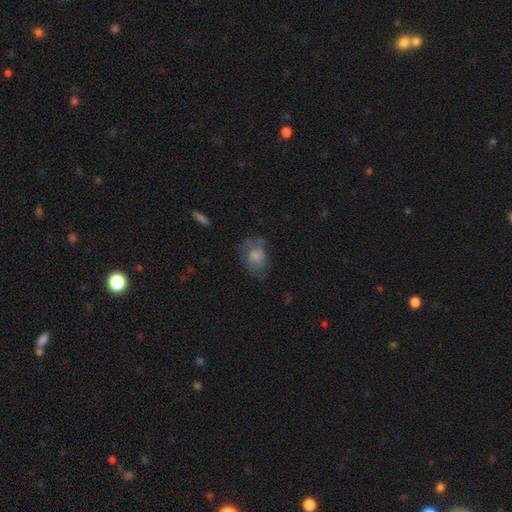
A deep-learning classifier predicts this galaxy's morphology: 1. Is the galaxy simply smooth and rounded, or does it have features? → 57% smooth, 33% featured or disk, 9% star or artifact.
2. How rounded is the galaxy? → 68% in between, 31% round, 1% cigar-shaped.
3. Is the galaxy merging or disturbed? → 48% none, 27% minor disturbance, 22% major disturbance, 3% merger.